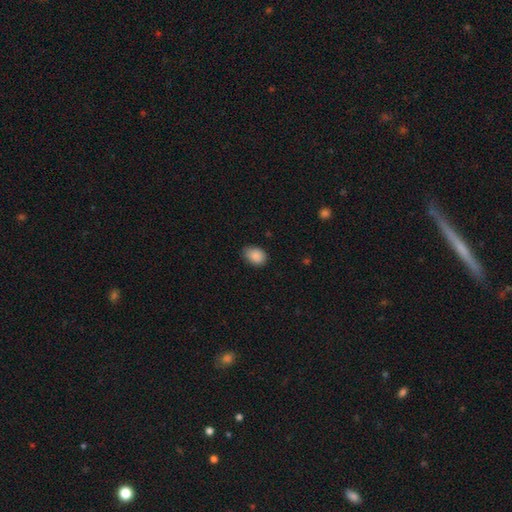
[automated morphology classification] Smooth or featured? Predicted: smooth (p=0.88). How rounded? Predicted: in between (p=0.71). Merging? Predicted: none (p=0.73).